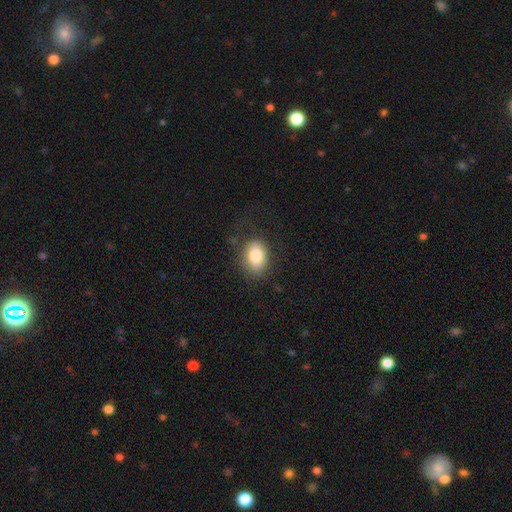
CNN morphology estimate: Q: Smooth or featured?
A: smooth (83%); runner-up: featured or disk (9%)
Q: How rounded?
A: in between (77%); runner-up: round (22%)
Q: Merging?
A: none (72%); runner-up: minor disturbance (18%)